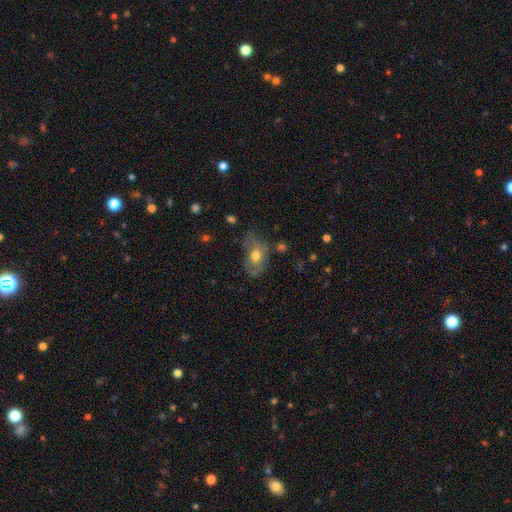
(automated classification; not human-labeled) Smooth or featured? Predicted: smooth (p=0.62). How rounded? Predicted: in between (p=0.80). Merging? Predicted: none (p=0.45).